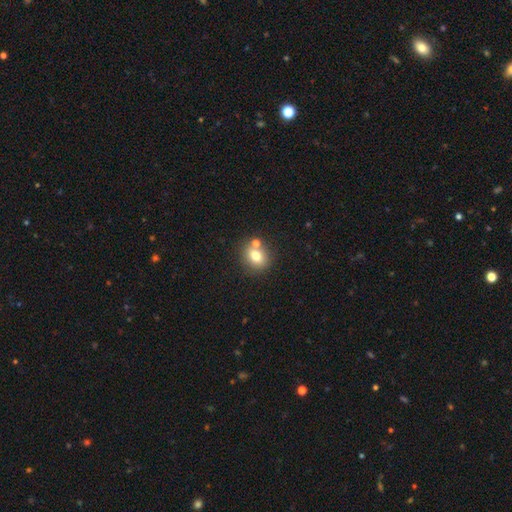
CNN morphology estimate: smooth 75%, featured or disk 14%, star or artifact 12%. Down the decision tree: how rounded — round (65%); merging — none (66%).